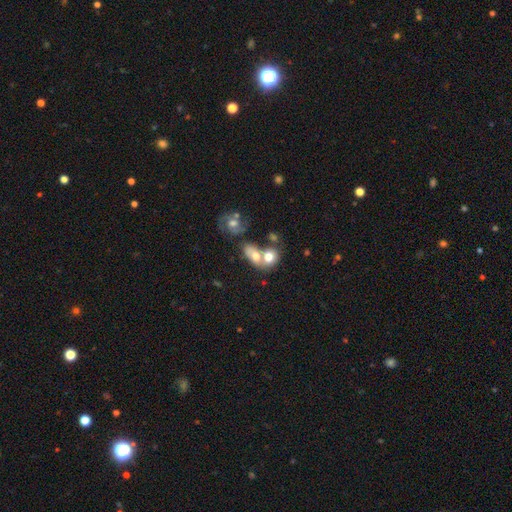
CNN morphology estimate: This is possibly a smooth galaxy (45%). Merging: possibly merger (52%).